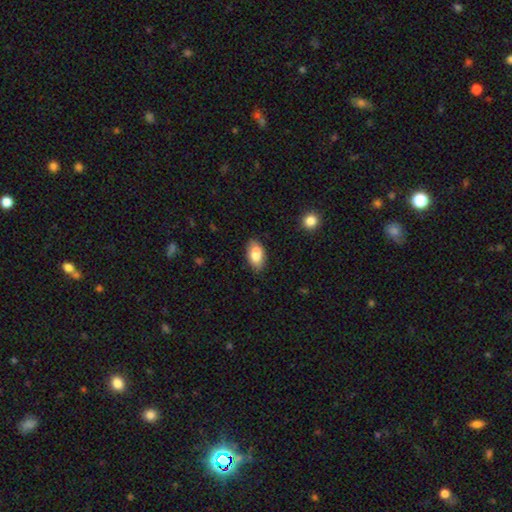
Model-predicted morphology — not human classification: smooth 81%, featured or disk 11%, star or artifact 7%. Down the decision tree: how rounded — in between (92%); merging — none (75%).